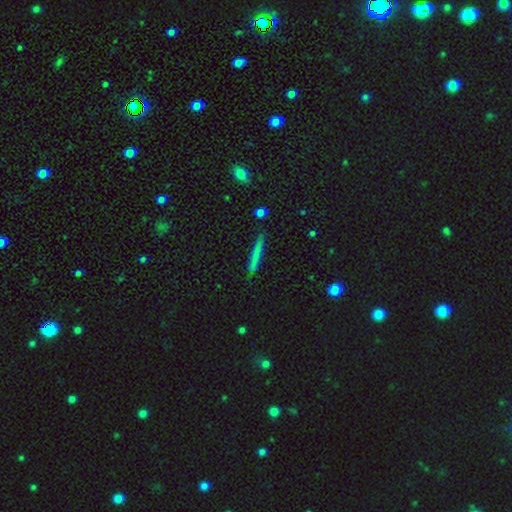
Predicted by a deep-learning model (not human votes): Smooth or featured: smooth — 68% (featured or disk — 25%)
How rounded: cigar-shaped — 96% (in between — 3%)
Merging: none — 89% (minor disturbance — 8%)